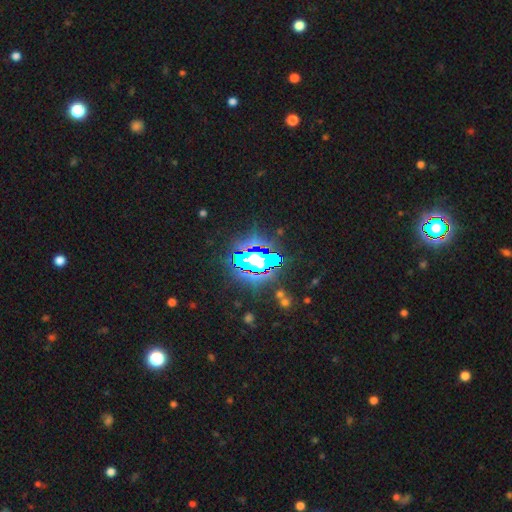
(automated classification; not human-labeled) smooth-or-featured: star or artifact: 63% | smooth: 21% | featured or disk: 16%